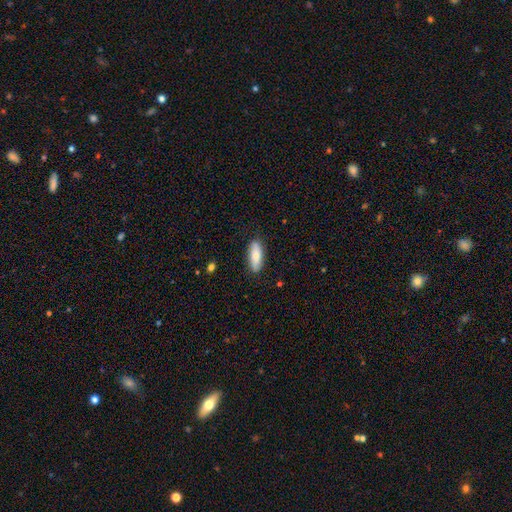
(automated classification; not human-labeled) A smooth galaxy with no disk features (73%) that is in between round and cigar-shaped (70%).

Vote fractions:
- Smooth or featured? smooth: 73% / featured or disk: 21% / star or artifact: 6%
- How rounded? in between: 70% / cigar-shaped: 28% / round: 2%
- Merging? none: 85% / minor disturbance: 12% / major disturbance: 2% / merger: 1%